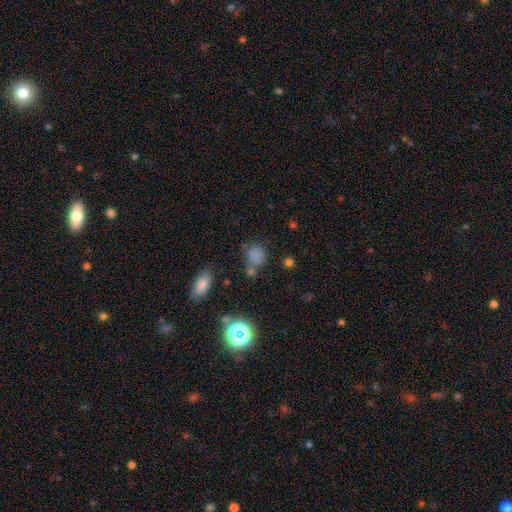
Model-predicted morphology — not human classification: smooth-or-featured: smooth: 72% | star or artifact: 21% | featured or disk: 7%
  how-rounded: round: 67% | in between: 31% | cigar-shaped: 2%
  merging: none: 57% | merger: 20% | minor disturbance: 16% | major disturbance: 7%